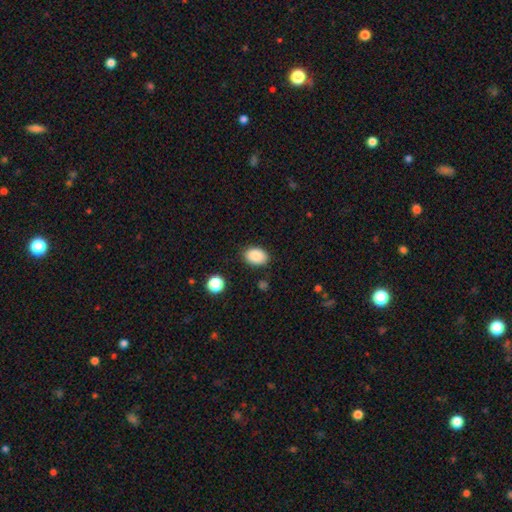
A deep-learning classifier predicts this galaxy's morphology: smooth-or-featured: smooth: 87% | star or artifact: 8% | featured or disk: 4%
  how-rounded: in between: 79% | round: 20% | cigar-shaped: 1%
  merging: none: 84% | minor disturbance: 12% | major disturbance: 3% | merger: 2%